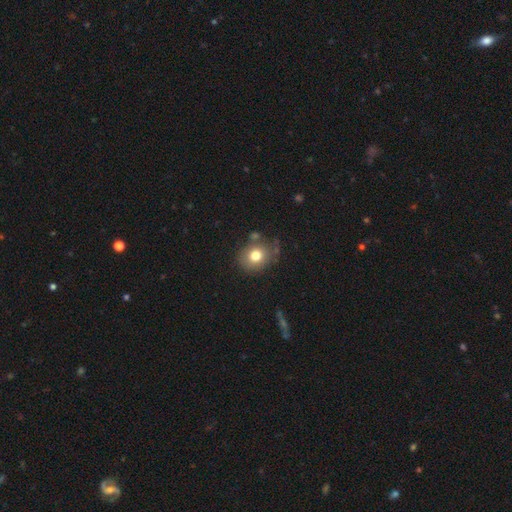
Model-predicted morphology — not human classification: A smooth galaxy with no disk features (76%) that is round (68%). Merging: none (70%).